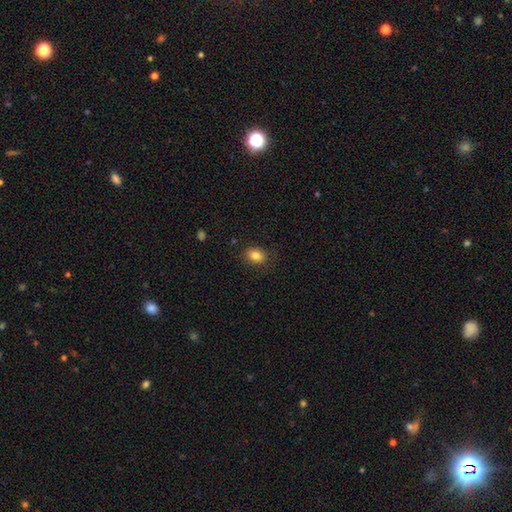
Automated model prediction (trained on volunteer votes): A smooth galaxy with no disk features (84%) that is in between round and cigar-shaped (64%). Merging: none (85%).